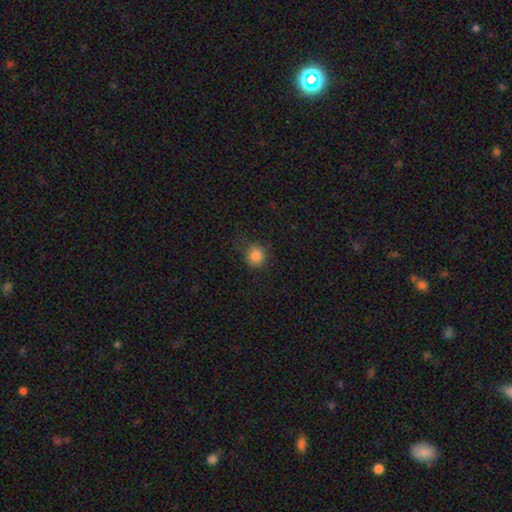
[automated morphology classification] smooth_or_featured: smooth (p=0.84) [alt: star or artifact p=0.12]
how_rounded: round (p=0.88) [alt: in between p=0.11]
merging: none (p=0.77) [alt: minor disturbance p=0.17]